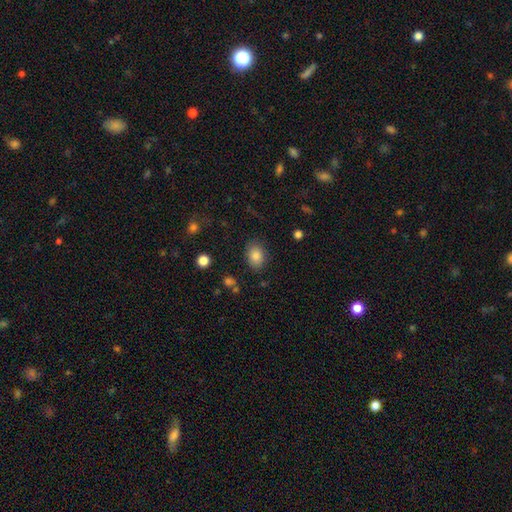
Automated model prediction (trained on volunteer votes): Smooth or featured? smooth (83%)
How rounded? in between (74%)
Merging? none (84%)